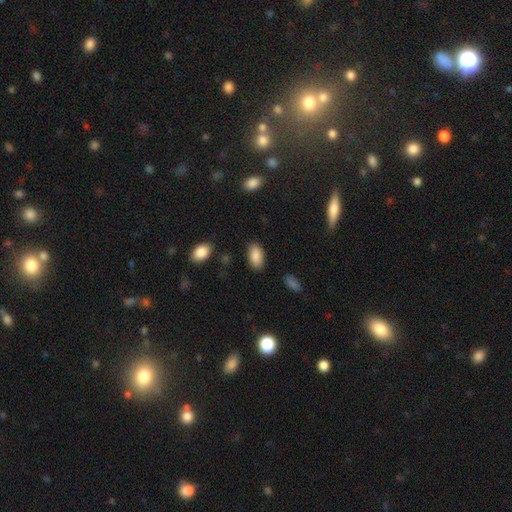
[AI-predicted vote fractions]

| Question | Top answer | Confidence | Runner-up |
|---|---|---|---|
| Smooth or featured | smooth | 88% | star or artifact (7%) |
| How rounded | in between | 94% | round (3%) |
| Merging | none | 84% | minor disturbance (12%) |